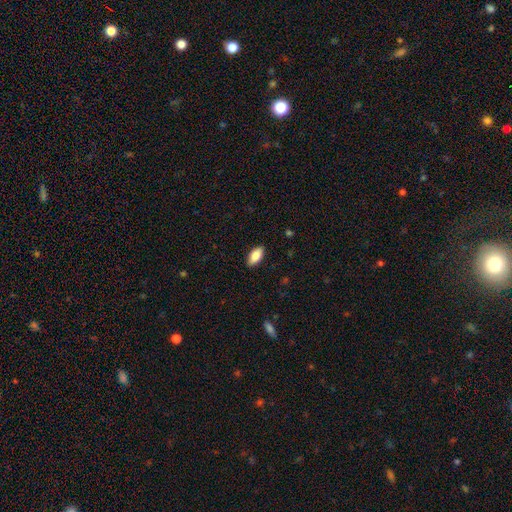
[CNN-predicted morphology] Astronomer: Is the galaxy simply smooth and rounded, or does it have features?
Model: smooth — 86%.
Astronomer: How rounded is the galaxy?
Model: in between — 89%.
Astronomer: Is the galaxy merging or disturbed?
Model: none — 89%.